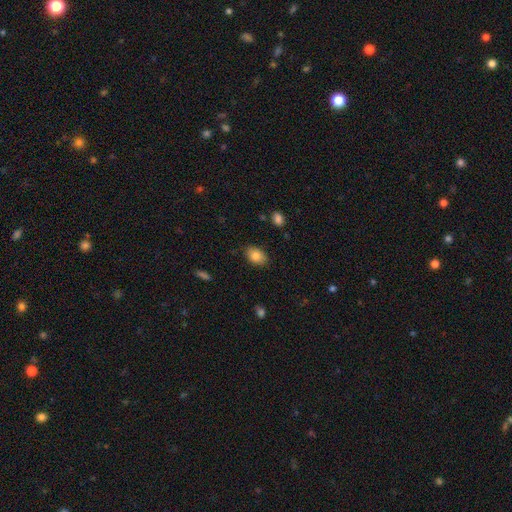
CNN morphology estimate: Smooth or featured: smooth — 84% (featured or disk — 8%)
How rounded: in between — 83% (round — 16%)
Merging: none — 84% (minor disturbance — 12%)